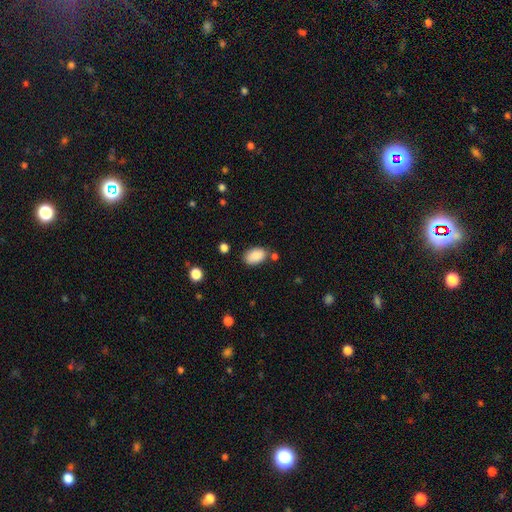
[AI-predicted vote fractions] Smooth or featured?
  - smooth: 89% *
  - star or artifact: 7%
  - featured or disk: 4%
How rounded?
  - in between: 92% *
  - round: 7%
  - cigar-shaped: 1%
Merging?
  - none: 75% *
  - minor disturbance: 15%
  - merger: 6%
  - major disturbance: 4%